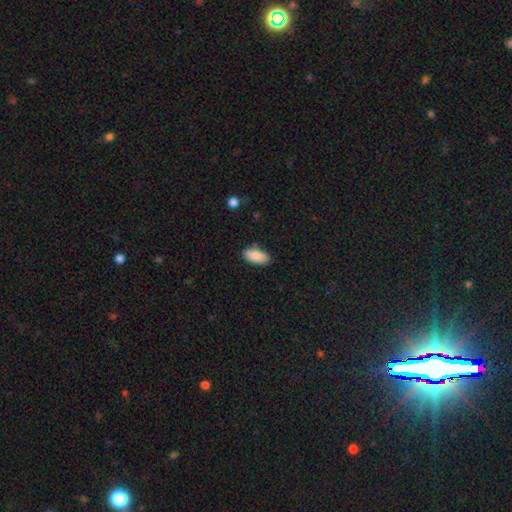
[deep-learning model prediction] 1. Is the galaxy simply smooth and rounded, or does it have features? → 87% smooth, 6% featured or disk, 6% star or artifact.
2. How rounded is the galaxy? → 92% in between, 6% cigar-shaped, 2% round.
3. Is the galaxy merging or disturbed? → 82% none, 13% minor disturbance, 2% major disturbance, 2% merger.